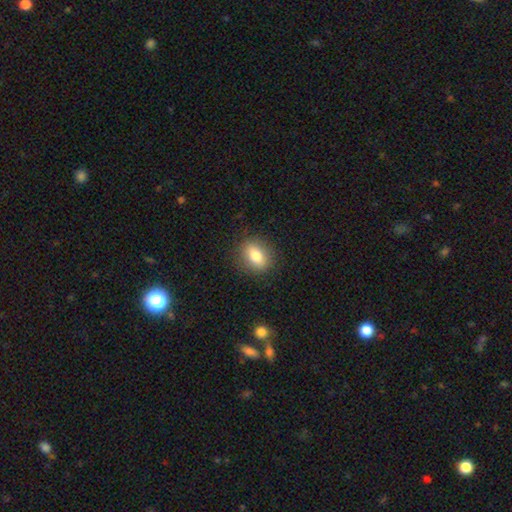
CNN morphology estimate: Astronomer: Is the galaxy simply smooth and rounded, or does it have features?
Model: smooth — 77%.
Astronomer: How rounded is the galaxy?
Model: in between — 65%.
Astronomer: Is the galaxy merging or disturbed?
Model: none — 87%.